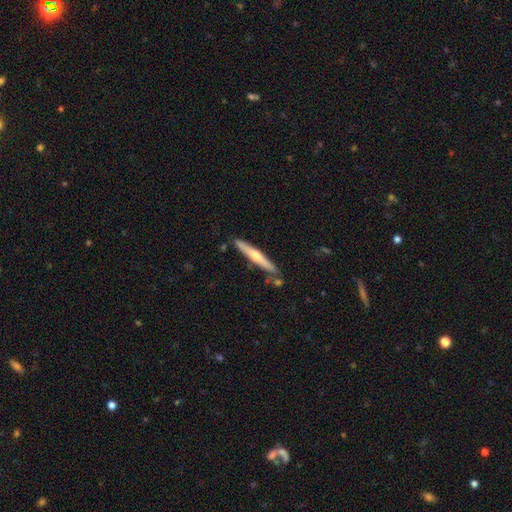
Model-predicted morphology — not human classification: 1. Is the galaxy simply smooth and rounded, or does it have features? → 55% featured or disk, 40% smooth, 5% star or artifact.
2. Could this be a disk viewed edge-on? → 96% yes, 4% no.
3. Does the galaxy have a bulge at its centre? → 84% rounded, 13% none, 4% boxy.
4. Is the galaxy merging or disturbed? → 82% none, 11% minor disturbance, 4% merger, 2% major disturbance.